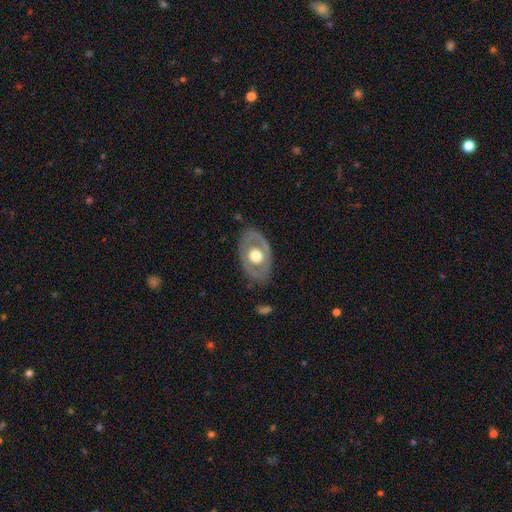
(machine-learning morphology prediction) type=featured or disk (57%); edge-on=no (89%); bar=no (89%); spiral arms=no (87%); bulge=moderate (49%); merging=none (78%).